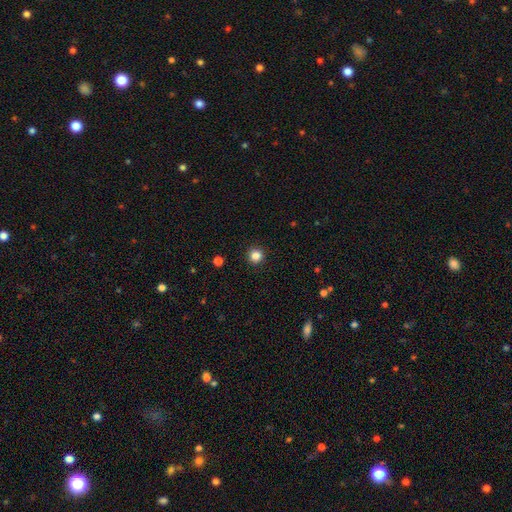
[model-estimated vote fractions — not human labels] Smooth or featured? Predicted: smooth (p=0.85). How rounded? Predicted: round (p=0.95). Merging? Predicted: none (p=0.93).